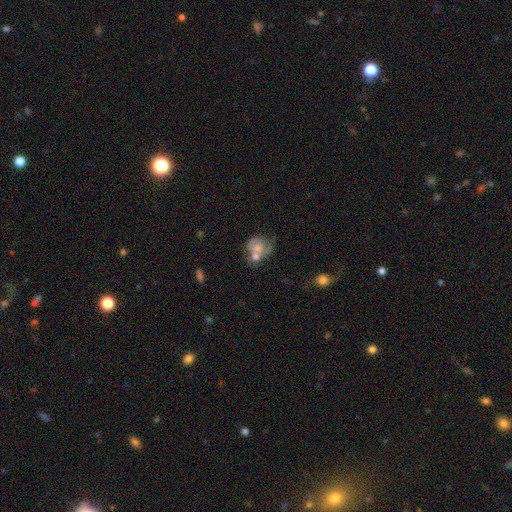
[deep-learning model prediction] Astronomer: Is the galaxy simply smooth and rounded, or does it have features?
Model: smooth — 43% (runner-up: featured or disk, 29%).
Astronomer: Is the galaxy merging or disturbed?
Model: none — 51%.